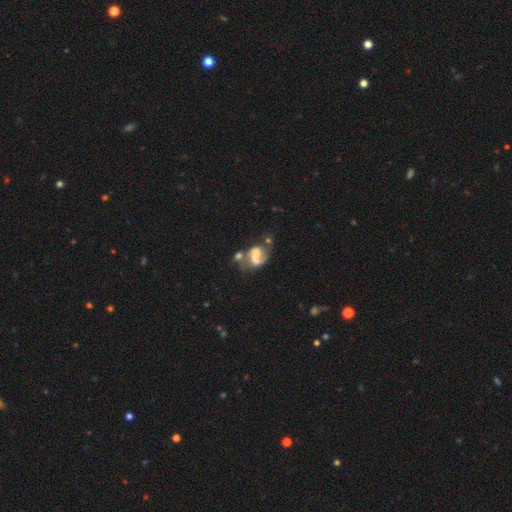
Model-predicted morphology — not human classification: smooth_or_featured: featured or disk (p=0.73) [alt: smooth p=0.19]
disk_edge_on: no (p=0.98) [alt: yes p=0.02]
bar: weak (p=0.40) [alt: strong p=0.33]
has_spiral_arms: yes (p=0.87) [alt: no p=0.13]
spiral_winding: loose (p=0.44) [alt: medium p=0.42]
spiral_arm_count: 2 (p=0.72) [alt: 1 p=0.21]
bulge_size: none (p=0.35) [alt: small p=0.28]
merging: none (p=0.38) [alt: merger p=0.25]